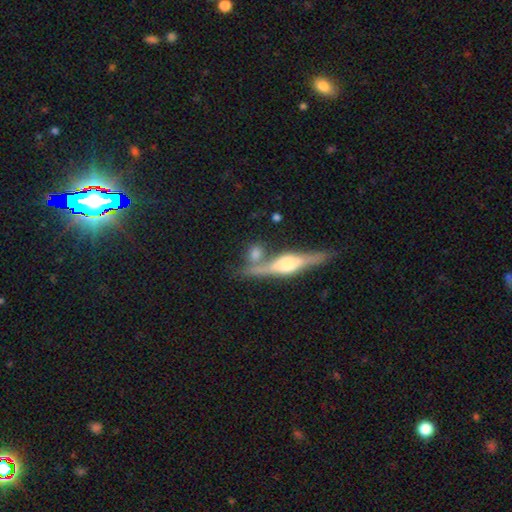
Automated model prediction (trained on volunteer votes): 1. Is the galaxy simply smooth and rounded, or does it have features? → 69% featured or disk, 22% smooth, 9% star or artifact.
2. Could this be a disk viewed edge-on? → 94% yes, 6% no.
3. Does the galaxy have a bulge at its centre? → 85% rounded, 11% boxy, 4% none.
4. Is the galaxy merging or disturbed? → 69% none, 16% merger, 11% minor disturbance, 4% major disturbance.